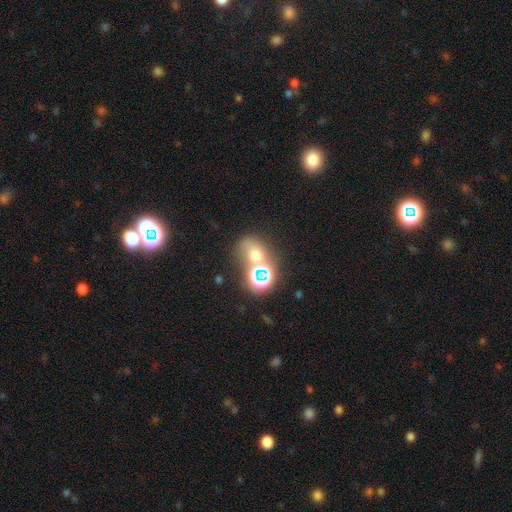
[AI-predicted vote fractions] This appears to be a smooth galaxy with no disk features (49%). Merging: none (46%).